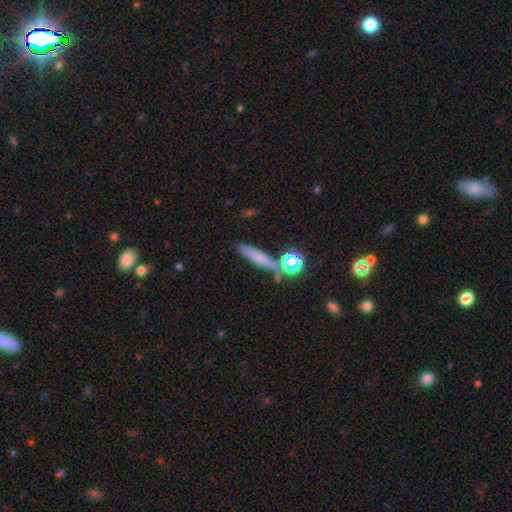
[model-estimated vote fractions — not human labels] Morphology: type=smooth (60%); roundness=cigar-shaped (78%); merging=none (72%).